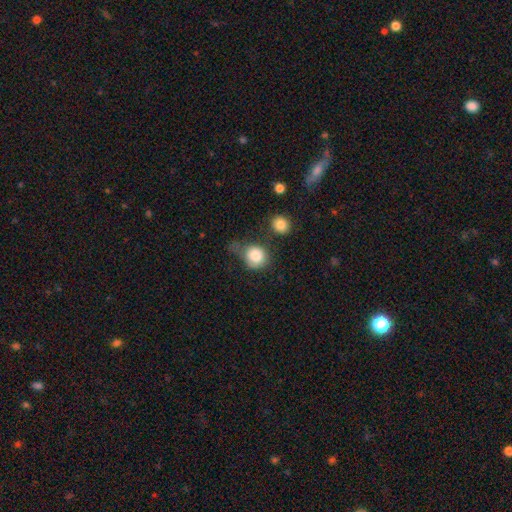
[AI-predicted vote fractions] Overall: smooth (82%). How rounded: round (84%). Merging: none (46%; minor disturbance 26%).